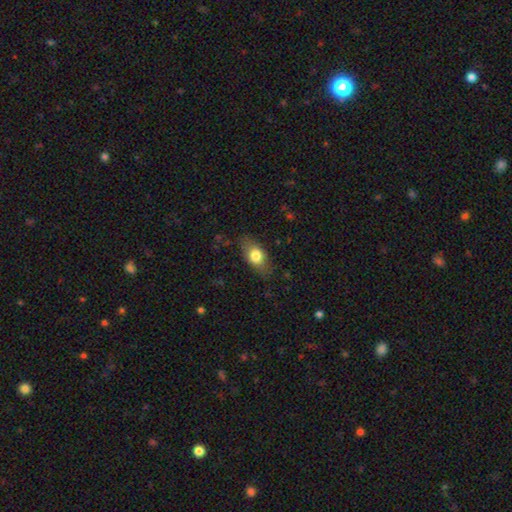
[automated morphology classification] type=smooth (75%); roundness=in between (82%); merging=none (78%).